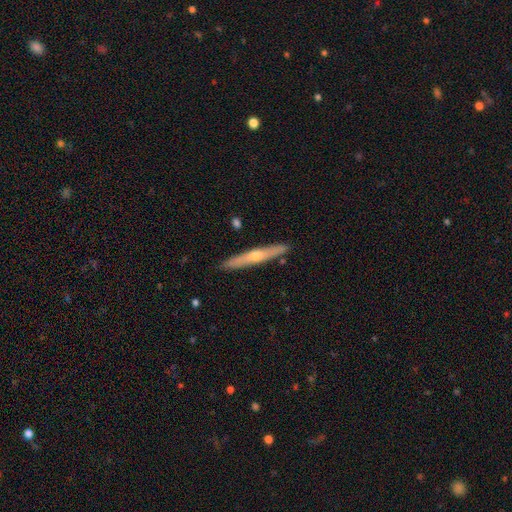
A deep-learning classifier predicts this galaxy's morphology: featured or disk 60%, smooth 35%, star or artifact 6%. Down the decision tree: edge-on disk — yes (95%); edge-on bulge — rounded (80%); merging — none (90%).